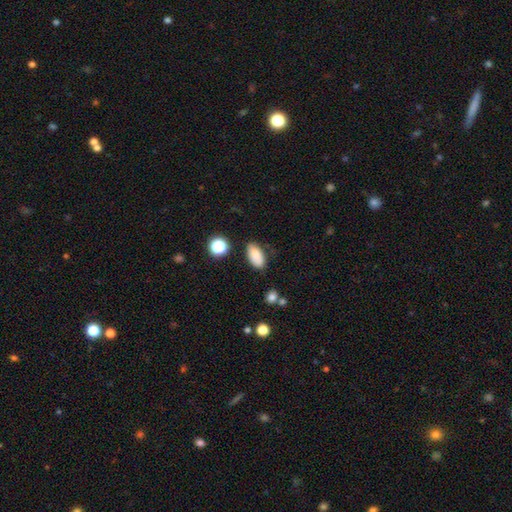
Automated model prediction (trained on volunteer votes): Overall: smooth (84%). How rounded: in between (92%). Merging: none (75%).